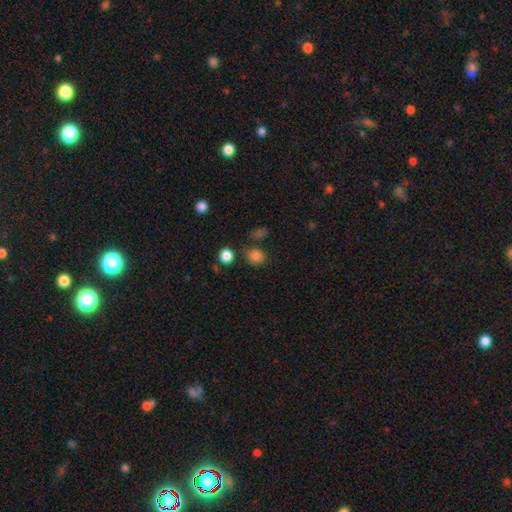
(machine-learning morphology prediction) type=smooth (81%); roundness=round (80%); merging=none (78%).